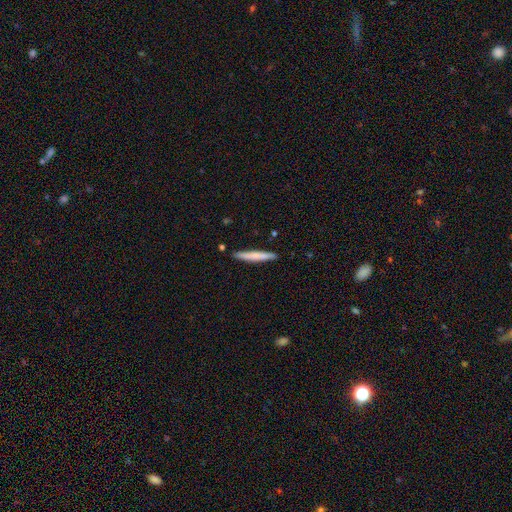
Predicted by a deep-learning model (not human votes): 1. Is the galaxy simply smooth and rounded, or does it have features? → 68% smooth, 26% featured or disk, 6% star or artifact.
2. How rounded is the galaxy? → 96% cigar-shaped, 3% in between, 1% round.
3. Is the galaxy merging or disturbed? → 89% none, 8% minor disturbance, 2% merger, 1% major disturbance.